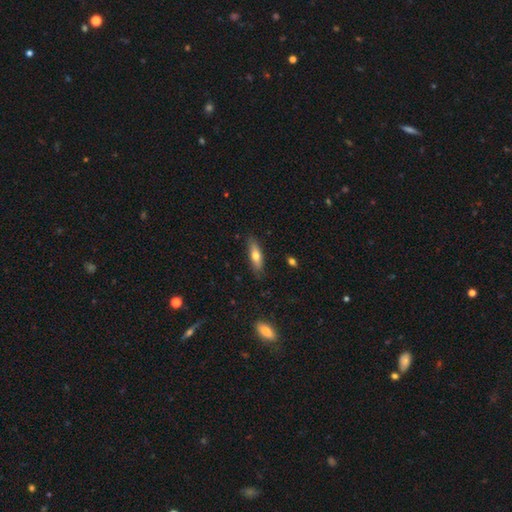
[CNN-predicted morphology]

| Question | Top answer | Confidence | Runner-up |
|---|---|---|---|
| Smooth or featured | smooth | 65% | featured or disk (28%) |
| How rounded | cigar-shaped | 52% | in between (45%) |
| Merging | none | 83% | minor disturbance (14%) |